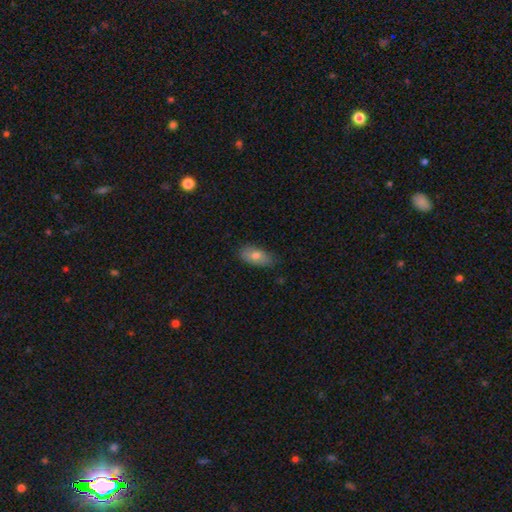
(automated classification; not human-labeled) A smooth galaxy with no disk features (76%) that is in between round and cigar-shaped (89%). Merging: none (76%).